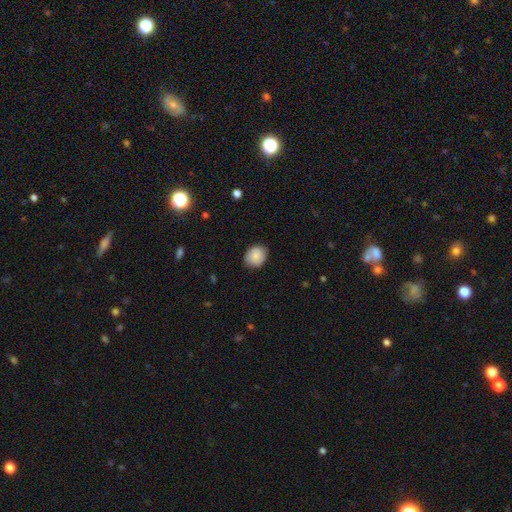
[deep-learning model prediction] A smooth galaxy with no disk features (86%) that is round (67%).

Vote fractions:
- Smooth or featured? smooth: 86% / star or artifact: 8% / featured or disk: 6%
- How rounded? round: 67% / in between: 33% / cigar-shaped: 1%
- Merging? none: 85% / minor disturbance: 12% / major disturbance: 2% / merger: 1%